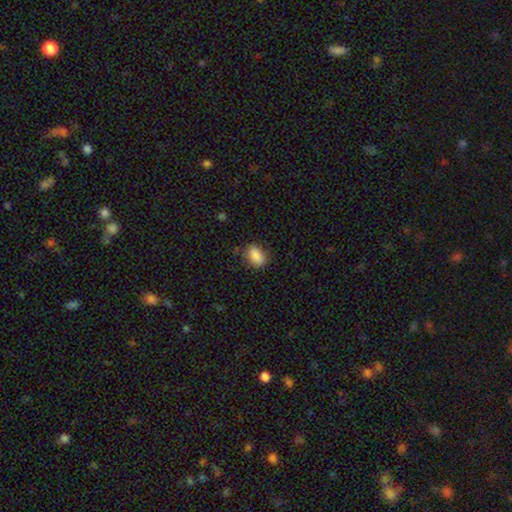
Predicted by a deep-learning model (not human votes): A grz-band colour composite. It shows a smooth galaxy with no disk features (88%) that is in between round and cigar-shaped (87%). Merging: none (79%).